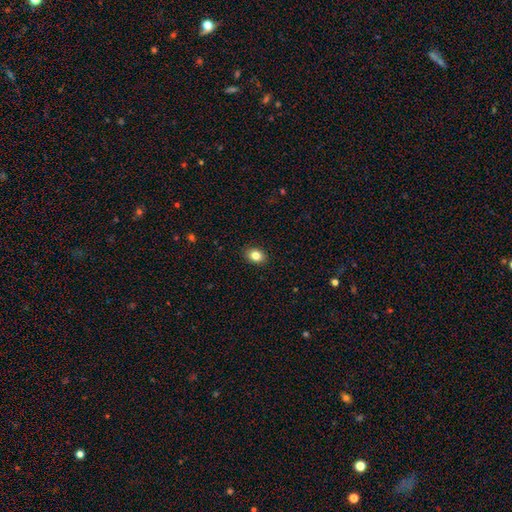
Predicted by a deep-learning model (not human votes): Overall: smooth (83%). How rounded: in between (67%; round 32%). Merging: none (90%).